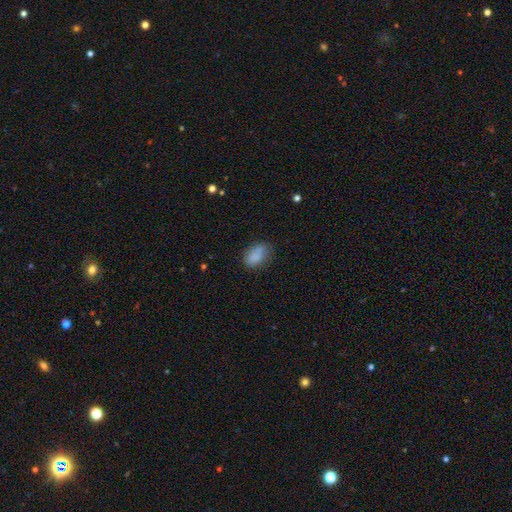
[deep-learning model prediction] The model was most divided on "merging": none: 59%, minor disturbance: 26%, major disturbance: 8%, merger: 6%. More confident: how rounded — in between (84%); smooth or featured — smooth (82%).